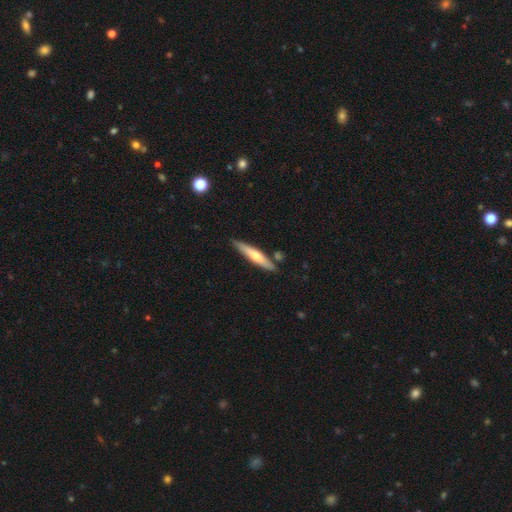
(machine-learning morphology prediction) The model was most divided on "smooth or featured": smooth: 53%, featured or disk: 41%, star or artifact: 5%. More confident: how rounded — cigar-shaped (89%); merging — none (80%).